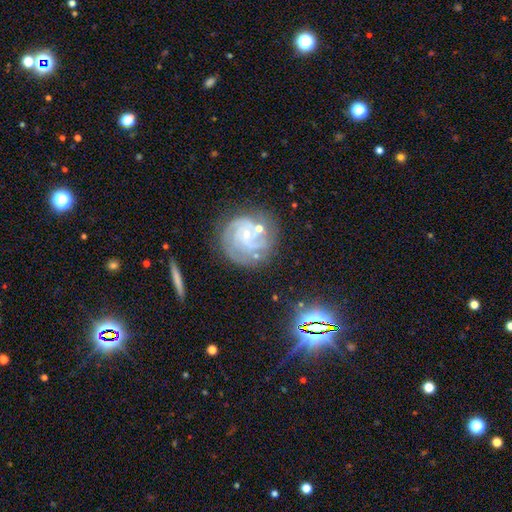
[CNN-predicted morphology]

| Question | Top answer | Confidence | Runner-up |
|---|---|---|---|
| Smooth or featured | featured or disk | 82% | star or artifact (9%) |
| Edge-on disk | no | 97% | yes (3%) |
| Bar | no | 66% | weak (27%) |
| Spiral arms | yes | 96% | no (4%) |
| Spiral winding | tight | 62% | medium (31%) |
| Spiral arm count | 3 | 34% | 2 (24%) |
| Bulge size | small | 79% | moderate (13%) |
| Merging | none | 65% | minor disturbance (18%) |